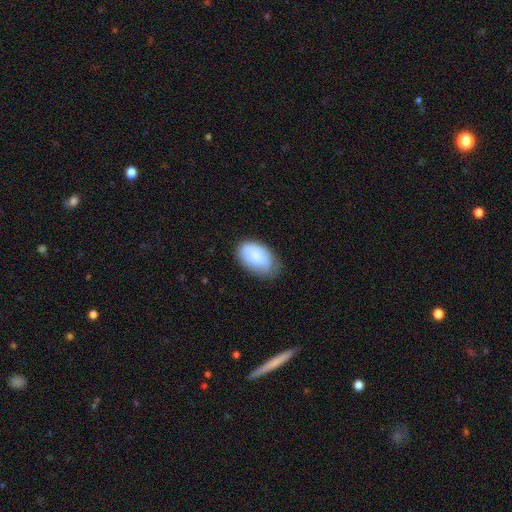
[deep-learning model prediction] Smooth or featured?
  - smooth: 79% *
  - featured or disk: 15%
  - star or artifact: 6%
How rounded?
  - in between: 92% *
  - round: 6%
  - cigar-shaped: 1%
Merging?
  - none: 59% *
  - minor disturbance: 32%
  - major disturbance: 8%
  - merger: 1%